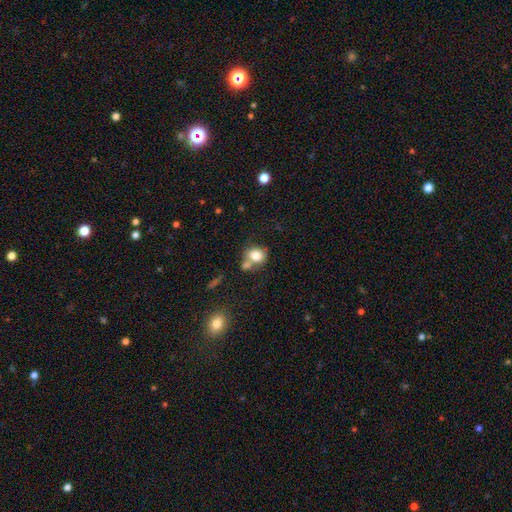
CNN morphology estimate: smooth-or-featured: smooth: 78% | featured or disk: 12% | star or artifact: 9%
  how-rounded: round: 65% | in between: 34% | cigar-shaped: 1%
  merging: none: 45% | merger: 36% | minor disturbance: 13% | major disturbance: 5%